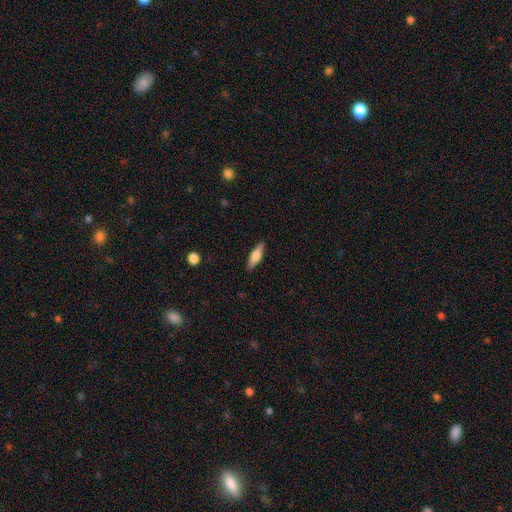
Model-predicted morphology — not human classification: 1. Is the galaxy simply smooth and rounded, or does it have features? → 53% smooth, 41% featured or disk, 6% star or artifact.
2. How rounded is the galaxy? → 55% cigar-shaped, 43% in between, 3% round.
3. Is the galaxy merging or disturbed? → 89% none, 9% minor disturbance, 2% major disturbance, 1% merger.